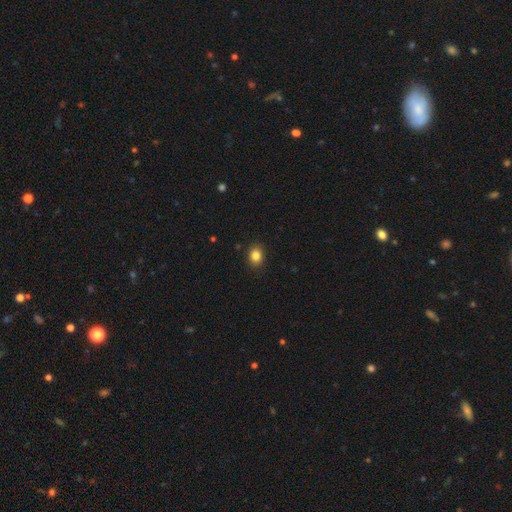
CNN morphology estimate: smooth-or-featured: smooth: 84% | star or artifact: 11% | featured or disk: 5%
  how-rounded: round: 55% | in between: 44% | cigar-shaped: 1%
  merging: none: 89% | minor disturbance: 8% | major disturbance: 2% | merger: 1%